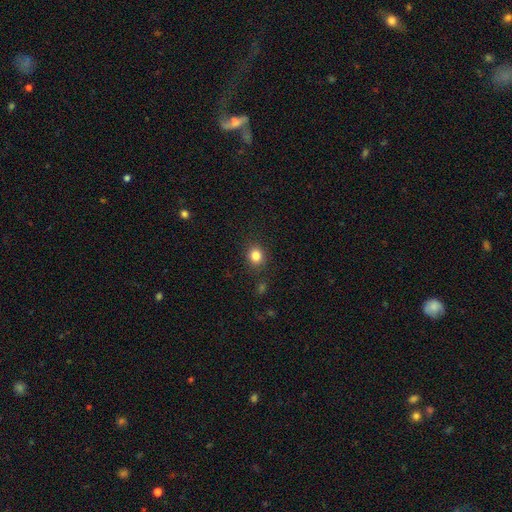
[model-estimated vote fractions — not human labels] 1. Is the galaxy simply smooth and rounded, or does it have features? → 84% smooth, 11% star or artifact, 5% featured or disk.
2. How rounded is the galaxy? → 74% round, 25% in between, 1% cigar-shaped.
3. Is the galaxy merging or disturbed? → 87% none, 9% minor disturbance, 3% major disturbance, 2% merger.